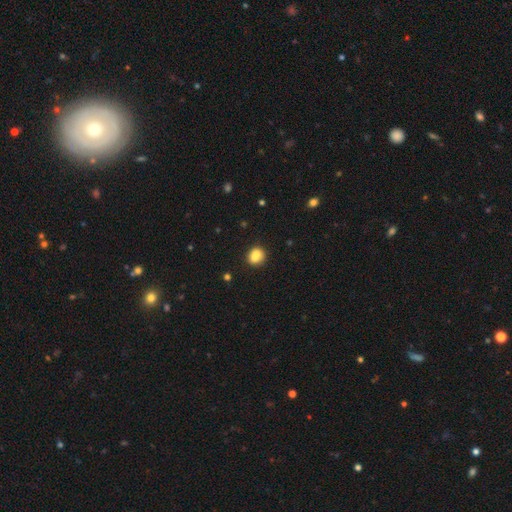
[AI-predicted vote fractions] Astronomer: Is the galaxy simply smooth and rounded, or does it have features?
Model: smooth — 83%.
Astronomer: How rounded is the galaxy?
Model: round — 63%.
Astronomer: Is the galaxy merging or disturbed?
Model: none — 73%.